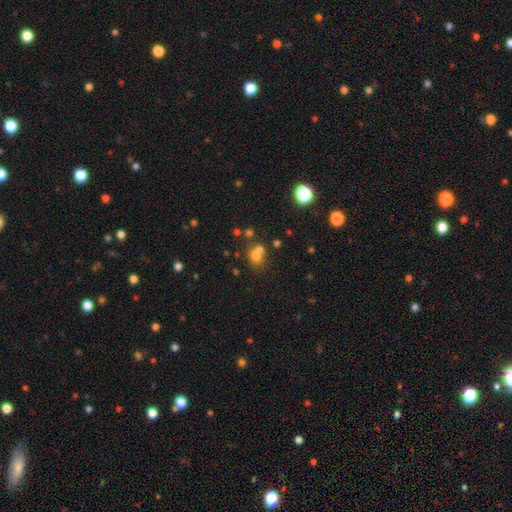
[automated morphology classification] A smooth galaxy with no disk features (64%) that is round (70%). Merging: none (46%).